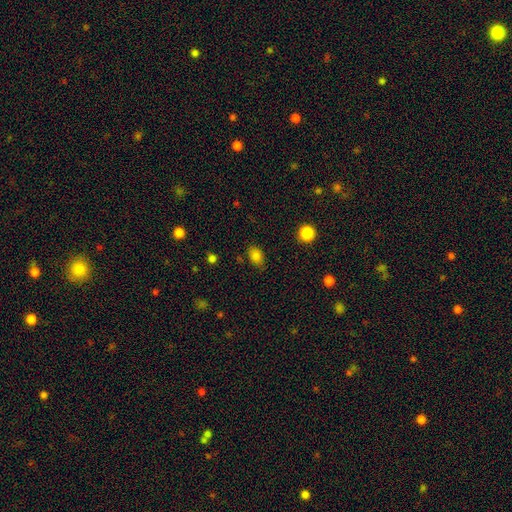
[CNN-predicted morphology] A smooth galaxy with no disk features (83%) that is in between round and cigar-shaped (77%). Merging: none (79%).